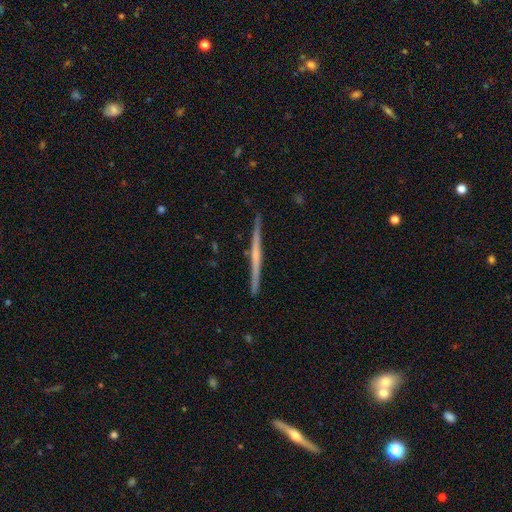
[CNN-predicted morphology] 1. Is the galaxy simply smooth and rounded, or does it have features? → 70% featured or disk, 24% smooth, 6% star or artifact.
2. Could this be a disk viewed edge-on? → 98% yes, 2% no.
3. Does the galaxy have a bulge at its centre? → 58% none, 33% rounded, 10% boxy.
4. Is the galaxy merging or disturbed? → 91% none, 6% minor disturbance, 1% major disturbance, 1% merger.